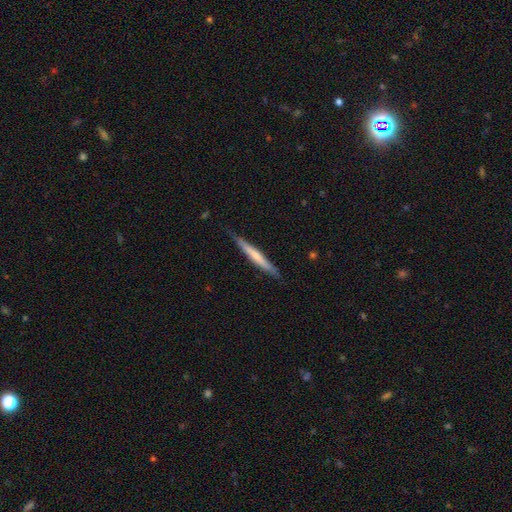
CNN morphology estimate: Smooth or featured? Predicted: smooth (p=0.48). Merging? Predicted: none (p=0.84).